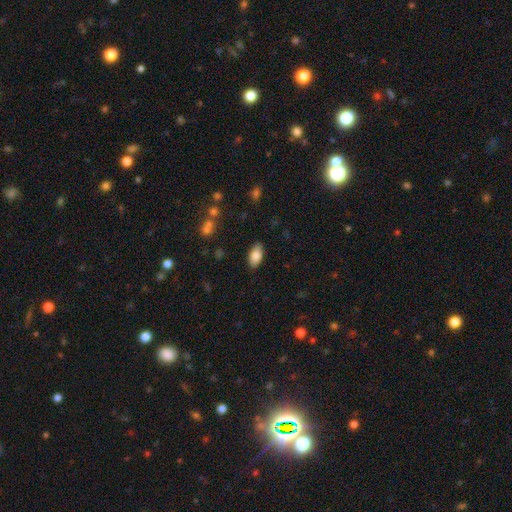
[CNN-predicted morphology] smooth_or_featured: smooth (p=0.82) [alt: featured or disk p=0.11]
how_rounded: in between (p=0.93) [alt: cigar-shaped p=0.04]
merging: none (p=0.86) [alt: minor disturbance p=0.11]